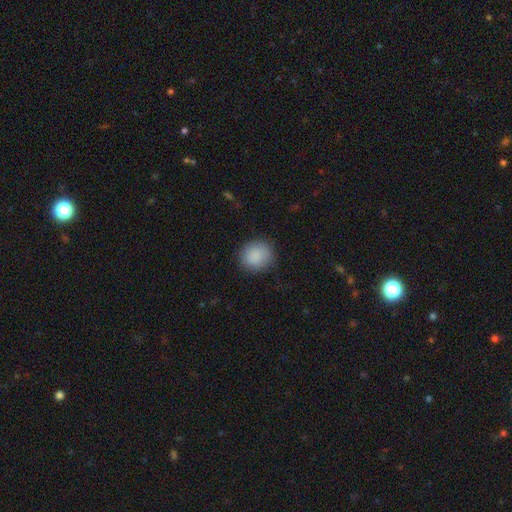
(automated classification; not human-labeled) A smooth galaxy with no disk features (88%) that is round (83%). Merging: none (84%).